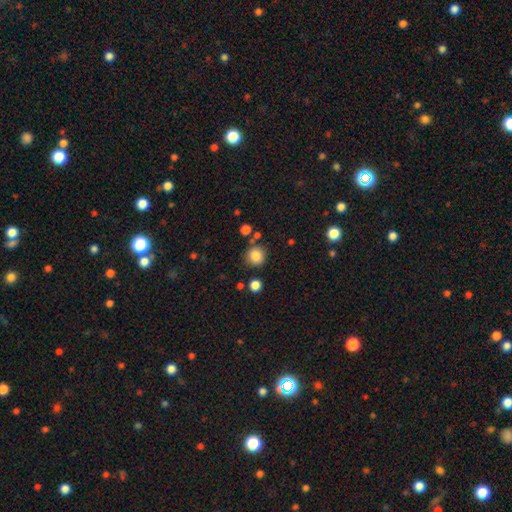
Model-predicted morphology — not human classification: smooth-or-featured: smooth: 85% | star or artifact: 11% | featured or disk: 5%
  how-rounded: round: 89% | in between: 10% | cigar-shaped: 1%
  merging: none: 82% | minor disturbance: 10% | merger: 5% | major disturbance: 3%